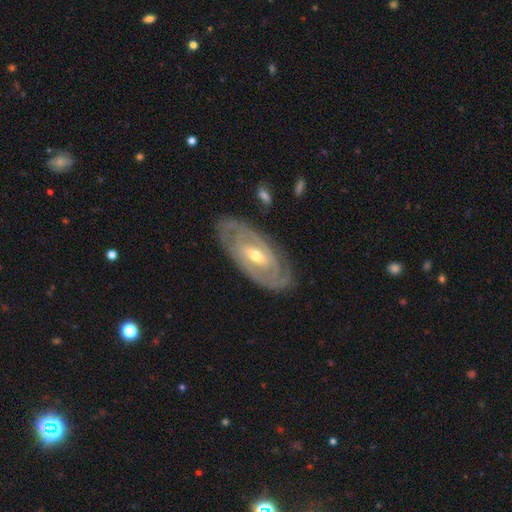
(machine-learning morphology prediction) The model was most divided on "bar": weak: 42%, no: 31%, strong: 27%. More confident: edge-on disk — no (92%); spiral arms — yes (86%); smooth or featured — featured or disk (84%); merging — none (83%); spiral winding — tight (73%); bulge size — moderate (54%); spiral arm count — 2 (54%).